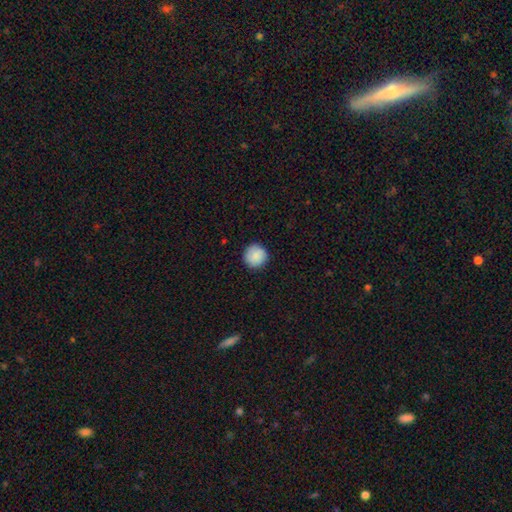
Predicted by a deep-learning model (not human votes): smooth-or-featured: smooth: 86% | featured or disk: 8% | star or artifact: 7%
  how-rounded: round: 94% | in between: 5% | cigar-shaped: 1%
  merging: none: 88% | minor disturbance: 9% | major disturbance: 2% | merger: 1%